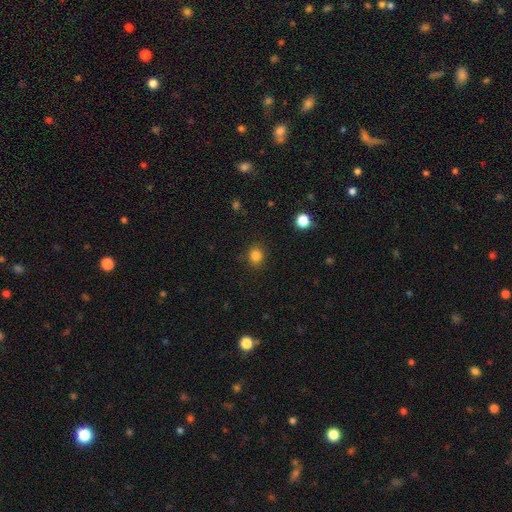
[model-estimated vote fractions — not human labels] Q: Smooth or featured?
A: smooth (84%); runner-up: star or artifact (12%)
Q: How rounded?
A: round (77%); runner-up: in between (22%)
Q: Merging?
A: none (88%); runner-up: minor disturbance (8%)